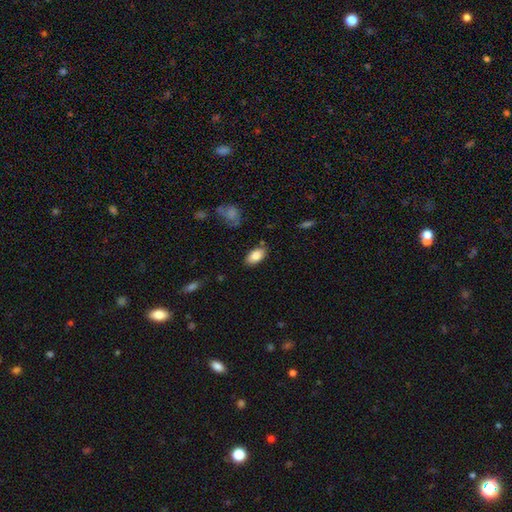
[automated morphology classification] Smooth or featured: smooth — 84% (featured or disk — 9%)
How rounded: in between — 93% (round — 4%)
Merging: none — 84% (minor disturbance — 12%)